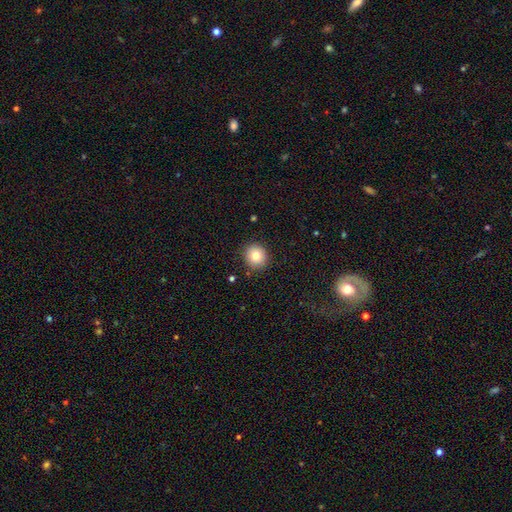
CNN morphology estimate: A smooth galaxy with no disk features (80%) that is round (91%). Merging: none (90%).